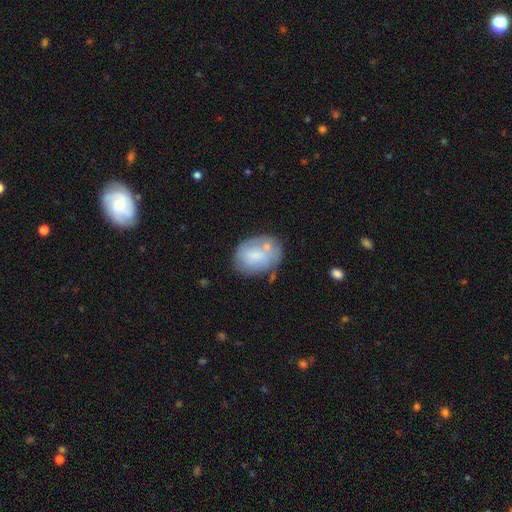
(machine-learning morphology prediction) Smooth or featured: smooth — 65% (featured or disk — 28%)
How rounded: in between — 75% (round — 24%)
Merging: none — 52% (minor disturbance — 25%)